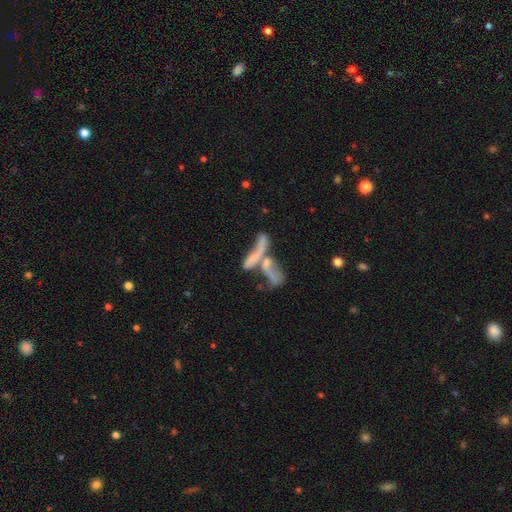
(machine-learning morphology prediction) Smooth or featured? featured or disk (47%)
Merging? merger (62%)